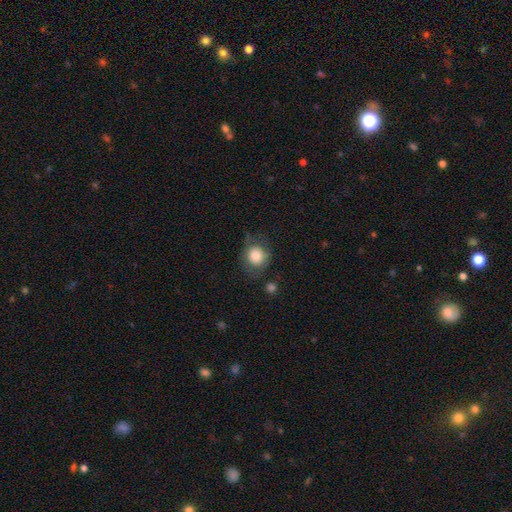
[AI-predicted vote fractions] Smooth or featured? Predicted: smooth (p=0.78). How rounded? Predicted: round (p=0.76). Merging? Predicted: none (p=0.66).